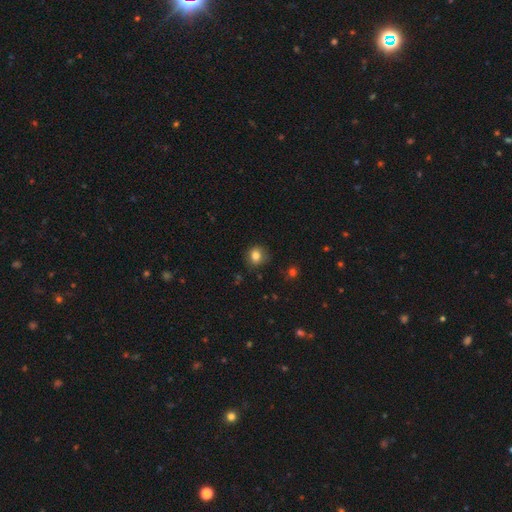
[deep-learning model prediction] Smooth or featured?
  - smooth: 81% *
  - star or artifact: 11%
  - featured or disk: 8%
How rounded?
  - round: 78% *
  - in between: 21%
  - cigar-shaped: 1%
Merging?
  - none: 81% *
  - minor disturbance: 15%
  - major disturbance: 3%
  - merger: 1%